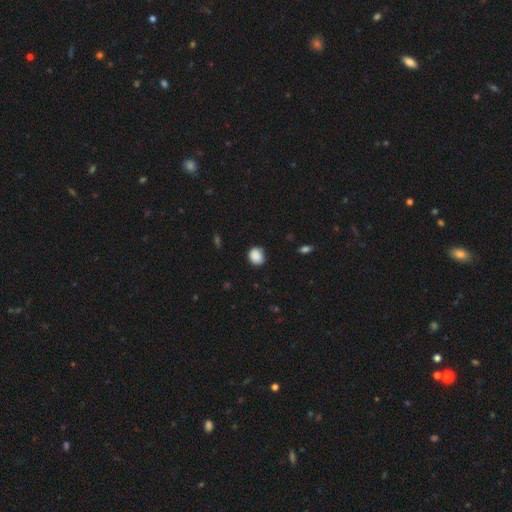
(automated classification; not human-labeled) Smooth or featured?
  - smooth: 88% *
  - star or artifact: 8%
  - featured or disk: 4%
How rounded?
  - round: 63% *
  - in between: 36%
  - cigar-shaped: 1%
Merging?
  - none: 78% *
  - minor disturbance: 18%
  - major disturbance: 3%
  - merger: 1%